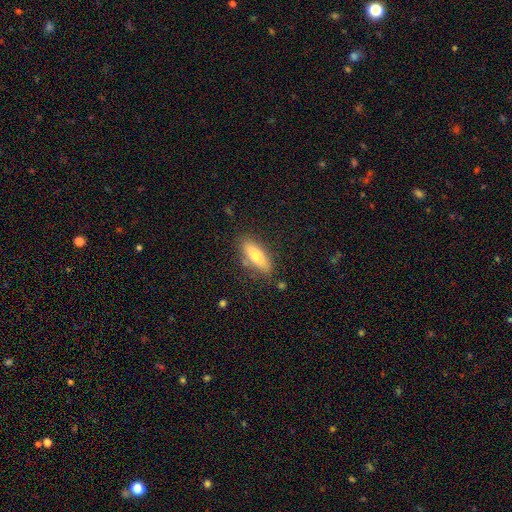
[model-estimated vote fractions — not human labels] This appears to be a smooth galaxy with no disk features (67%) that is in between round and cigar-shaped (61%). Merging: none (80%).